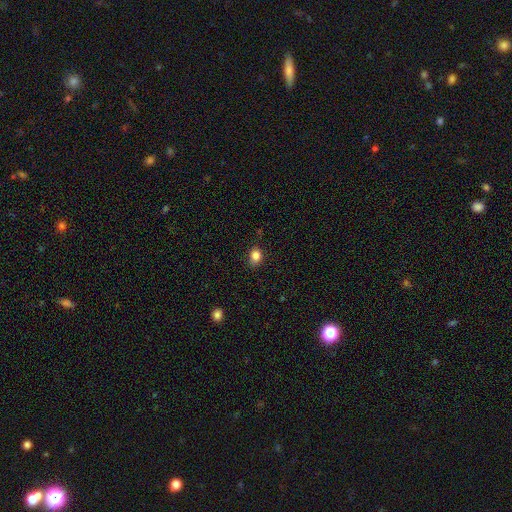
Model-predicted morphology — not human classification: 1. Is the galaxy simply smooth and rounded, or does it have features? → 84% smooth, 11% star or artifact, 5% featured or disk.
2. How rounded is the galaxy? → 51% round, 48% in between, 1% cigar-shaped.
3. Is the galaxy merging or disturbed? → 81% none, 15% minor disturbance, 3% major disturbance, 1% merger.